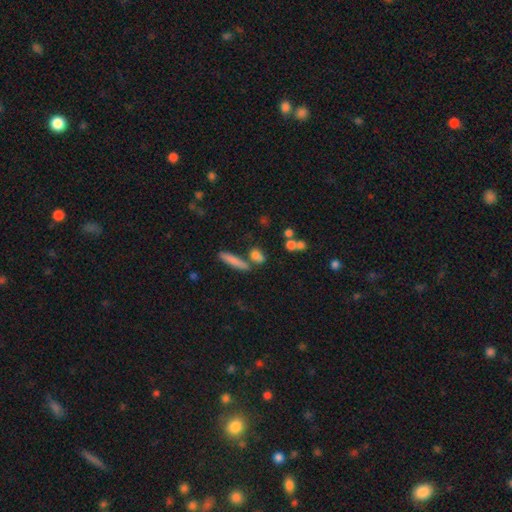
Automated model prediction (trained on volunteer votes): smooth-or-featured: smooth: 75% | featured or disk: 13% | star or artifact: 13%
  how-rounded: in between: 38% | cigar-shaped: 31% | round: 31%
  merging: none: 60% | merger: 22% | minor disturbance: 12% | major disturbance: 6%